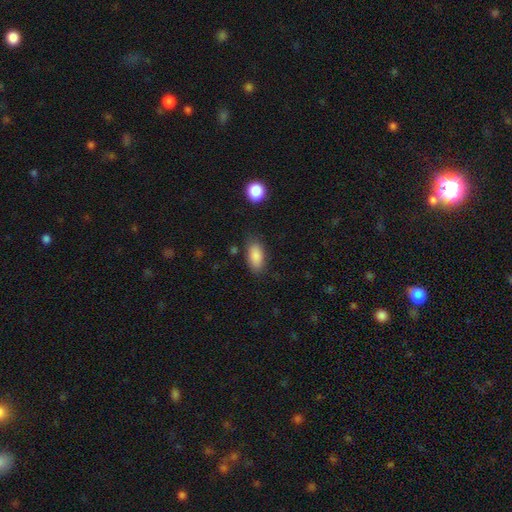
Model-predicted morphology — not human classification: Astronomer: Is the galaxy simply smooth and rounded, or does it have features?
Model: smooth — 87%.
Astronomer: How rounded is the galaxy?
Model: in between — 88%.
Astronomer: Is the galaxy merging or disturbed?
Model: none — 80%.